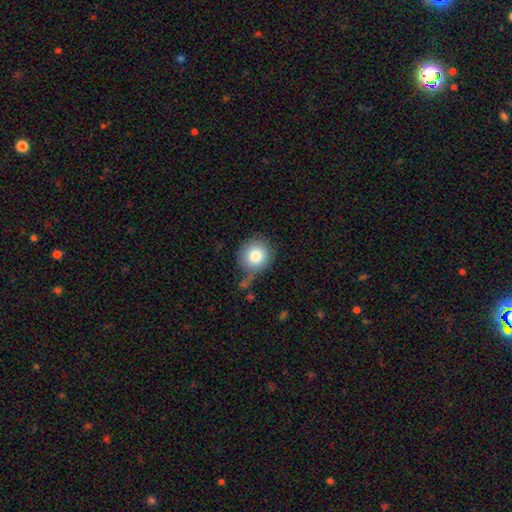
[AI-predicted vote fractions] A smooth galaxy with no disk features (82%) that is round (86%). Merging: none (55%).